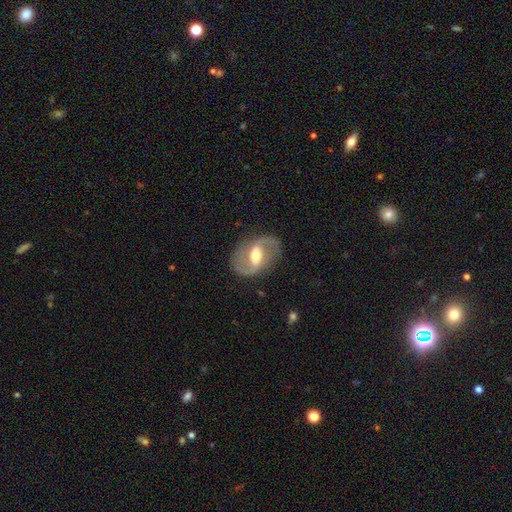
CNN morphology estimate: A featured or disk galaxy (87%) with a weak bar (47%), 2 (93%) medium (53%) spiral arms (93%) and a moderate central bulge (71%).

Vote fractions:
- Smooth or featured? featured or disk: 87% / smooth: 8% / star or artifact: 4%
- Edge-on disk? no: 97% / yes: 3%
- Bar? weak: 47% / strong: 36% / no: 17%
- Spiral arms? yes: 93% / no: 7%
- Spiral winding? medium: 53% / loose: 32% / tight: 15%
- Spiral arm count? 2: 93% / can't tell: 2% / 1: 2% / 3: 1% / 4: 1% / more than 4: 1%
- Bulge size? moderate: 71% / small: 14% / large: 12% / none: 1% / dominant: 1%
- Merging? none: 84% / minor disturbance: 11% / major disturbance: 4% / merger: 1%